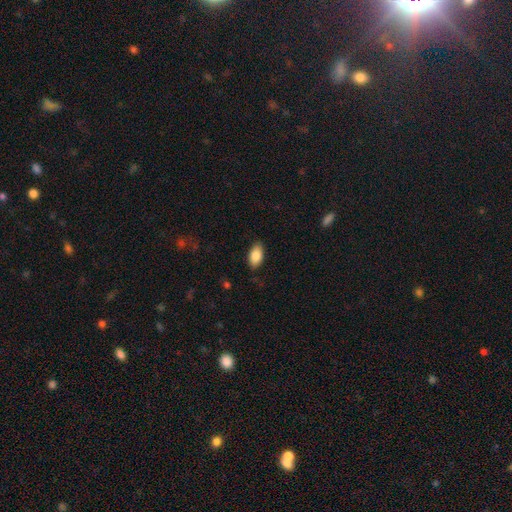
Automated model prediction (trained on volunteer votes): Morphology: type=smooth (87%); roundness=in between (93%); merging=none (84%).